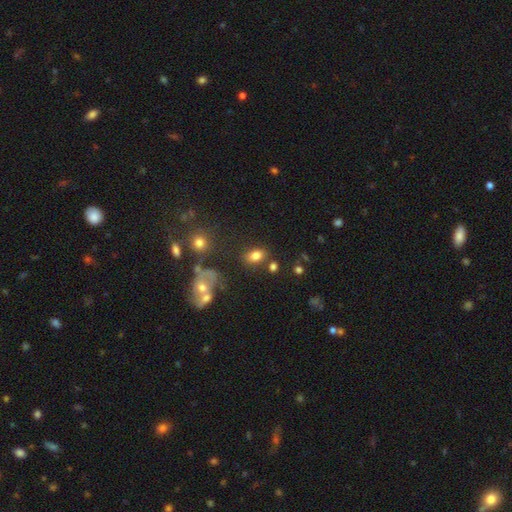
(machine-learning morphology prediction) Q: Smooth or featured?
A: smooth (79%); runner-up: star or artifact (11%)
Q: How rounded?
A: in between (81%); runner-up: round (17%)
Q: Merging?
A: none (70%); runner-up: minor disturbance (14%)